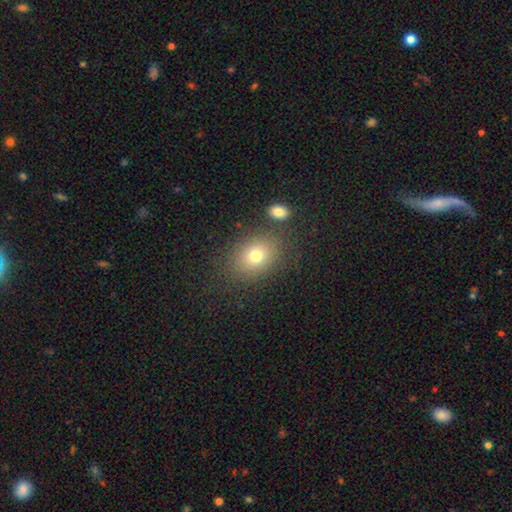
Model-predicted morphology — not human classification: Q: Smooth or featured?
A: smooth (75%); runner-up: star or artifact (13%)
Q: How rounded?
A: in between (58%); runner-up: round (41%)
Q: Merging?
A: none (80%); runner-up: minor disturbance (11%)